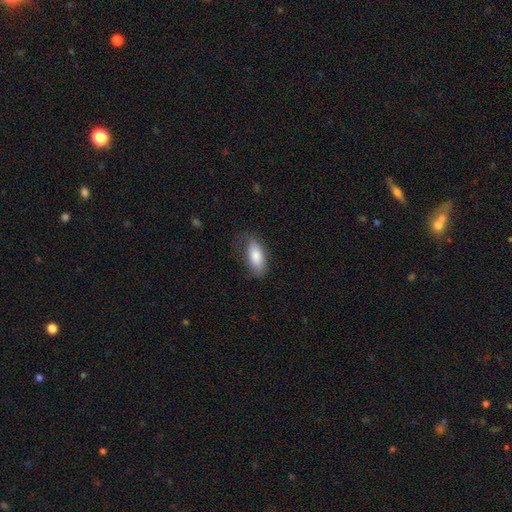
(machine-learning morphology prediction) Smooth or featured?
  - smooth: 82% *
  - featured or disk: 12%
  - star or artifact: 6%
How rounded?
  - in between: 85% *
  - cigar-shaped: 12%
  - round: 3%
Merging?
  - none: 66% *
  - minor disturbance: 24%
  - major disturbance: 8%
  - merger: 1%